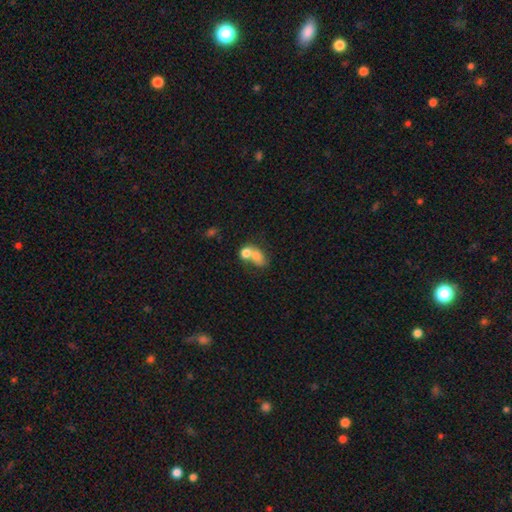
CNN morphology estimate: Smooth or featured: smooth — 69% (featured or disk — 21%)
How rounded: in between — 59% (round — 39%)
Merging: merger — 65% (none — 20%)